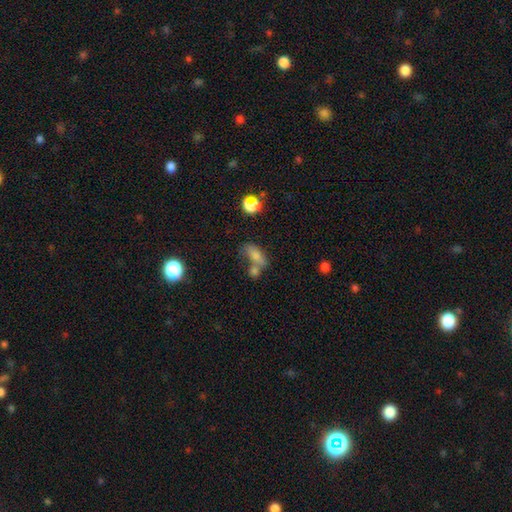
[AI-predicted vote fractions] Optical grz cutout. It shows a smooth galaxy with no disk features (70%) that is in between round and cigar-shaped (79%). Merging: merger (43%).